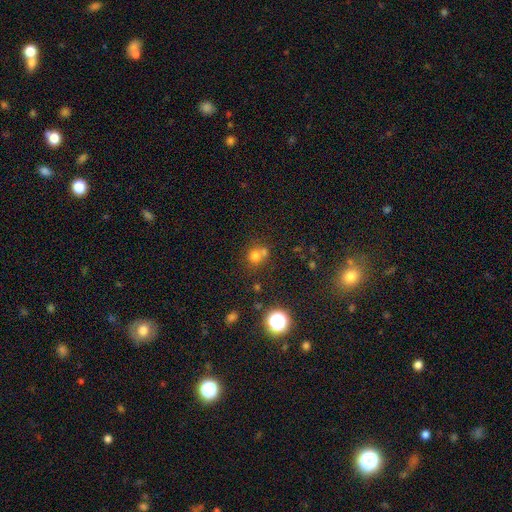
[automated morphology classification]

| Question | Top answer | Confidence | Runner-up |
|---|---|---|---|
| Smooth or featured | smooth | 70% | star or artifact (20%) |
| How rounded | round | 85% | in between (15%) |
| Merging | none | 49% | merger (39%) |